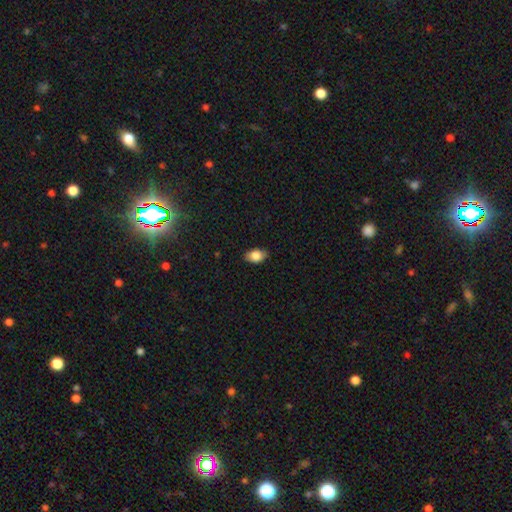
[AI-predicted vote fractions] The model was most divided on "smooth or featured": smooth: 83%, featured or disk: 9%, star or artifact: 8%. More confident: how rounded — in between (88%); merging — none (86%).